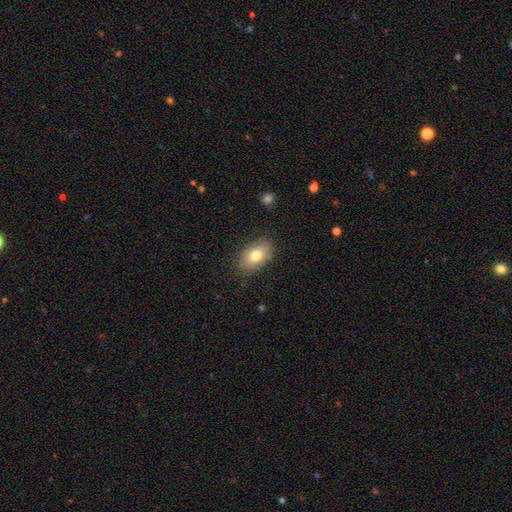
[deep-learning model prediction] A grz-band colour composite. It shows a smooth galaxy with no disk features (77%) that is in between round and cigar-shaped (90%). Merging: none (84%).